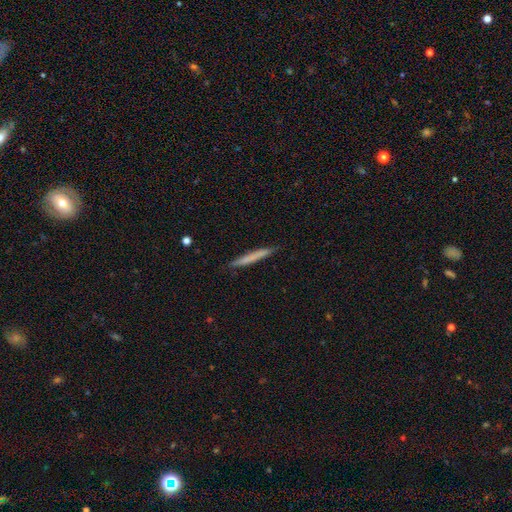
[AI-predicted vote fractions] Smooth or featured: smooth — 66% (featured or disk — 28%)
How rounded: cigar-shaped — 96% (in between — 2%)
Merging: none — 89% (minor disturbance — 8%)